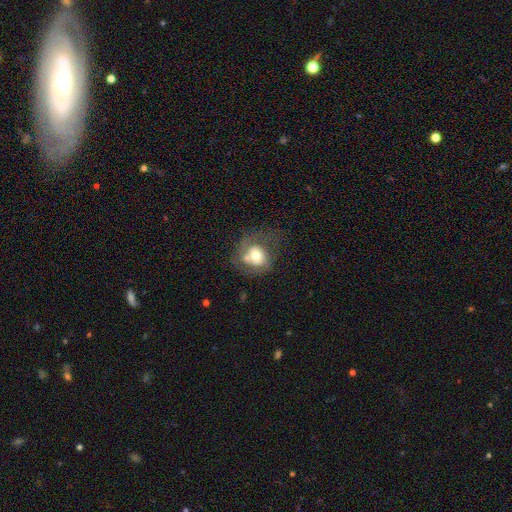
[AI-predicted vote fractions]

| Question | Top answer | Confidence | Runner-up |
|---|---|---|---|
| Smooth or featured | smooth | 51% | featured or disk (40%) |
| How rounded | round | 66% | in between (33%) |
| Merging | none | 35% | major disturbance (24%) |